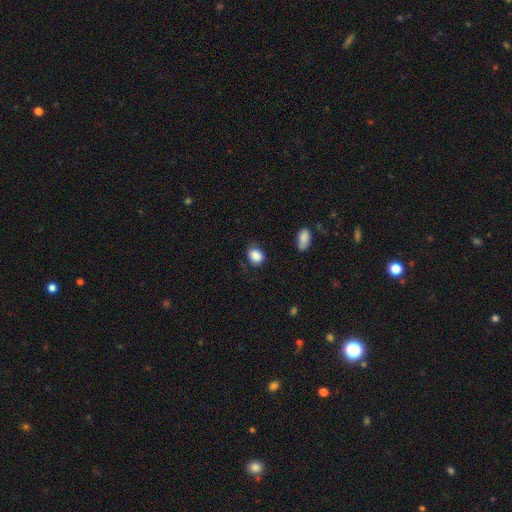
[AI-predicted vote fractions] Smooth or featured?
  - smooth: 88% *
  - star or artifact: 8%
  - featured or disk: 4%
How rounded?
  - in between: 52% *
  - round: 47%
  - cigar-shaped: 1%
Merging?
  - none: 70% *
  - minor disturbance: 22%
  - major disturbance: 6%
  - merger: 2%